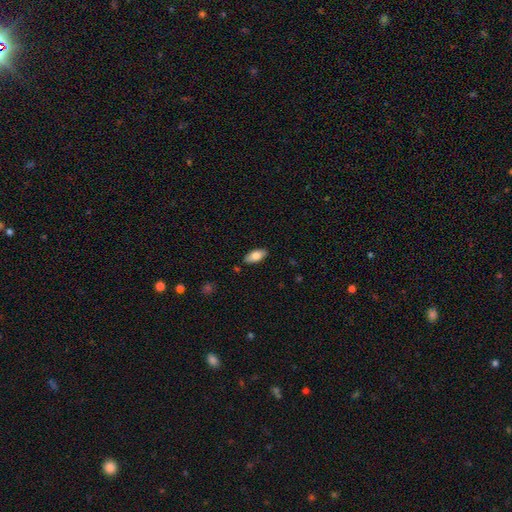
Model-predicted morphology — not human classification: Smooth or featured? smooth (79%)
How rounded? in between (89%)
Merging? none (86%)